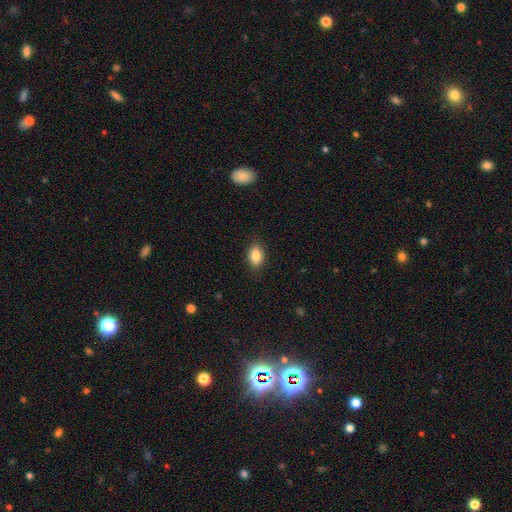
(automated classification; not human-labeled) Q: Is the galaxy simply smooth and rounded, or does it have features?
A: smooth — 85%.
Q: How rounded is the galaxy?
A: in between — 86%.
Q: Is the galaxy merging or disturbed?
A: none — 86%.